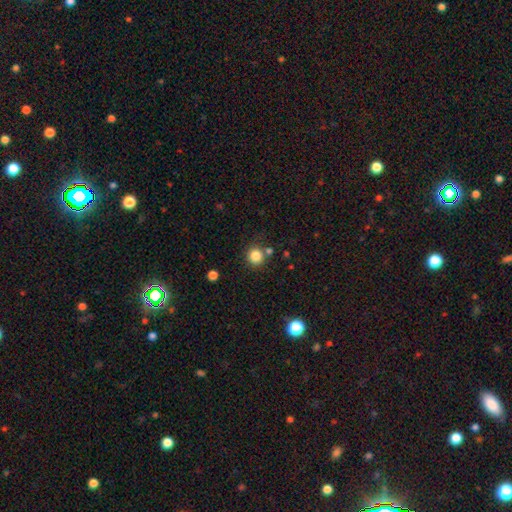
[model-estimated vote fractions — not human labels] The model was most divided on "merging": none: 76%, minor disturbance: 10%, merger: 10%, major disturbance: 4%. More confident: how rounded — round (92%); smooth or featured — smooth (84%).